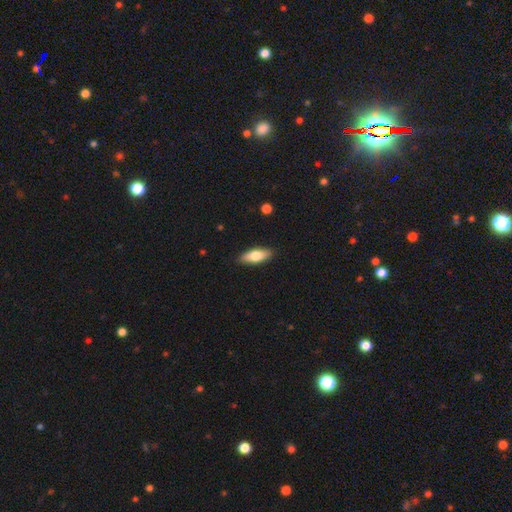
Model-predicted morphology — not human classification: smooth 73%, featured or disk 21%, star or artifact 6%. Down the decision tree: how rounded — in between (72%); merging — none (88%).